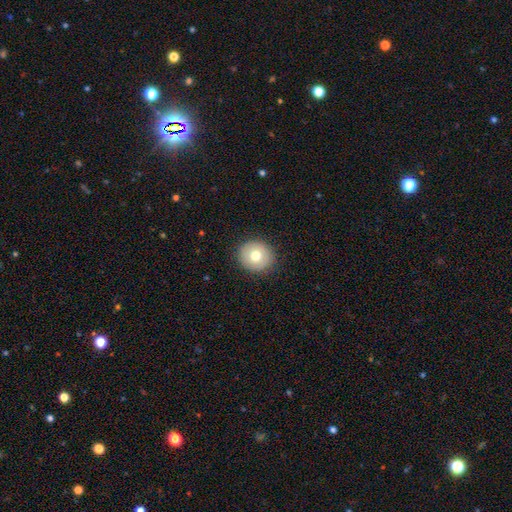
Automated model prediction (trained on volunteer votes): smooth_or_featured: smooth (p=0.72) [alt: featured or disk p=0.19]
how_rounded: round (p=0.85) [alt: in between p=0.14]
merging: none (p=0.90) [alt: minor disturbance p=0.07]